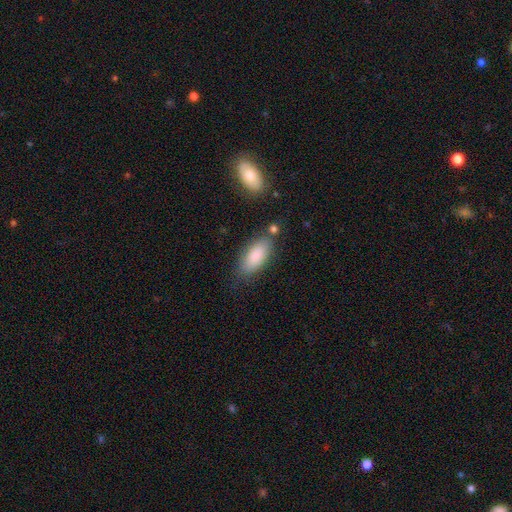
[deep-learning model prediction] Q: Smooth or featured?
A: smooth (86%); runner-up: featured or disk (8%)
Q: How rounded?
A: in between (87%); runner-up: cigar-shaped (11%)
Q: Merging?
A: none (71%); runner-up: minor disturbance (17%)